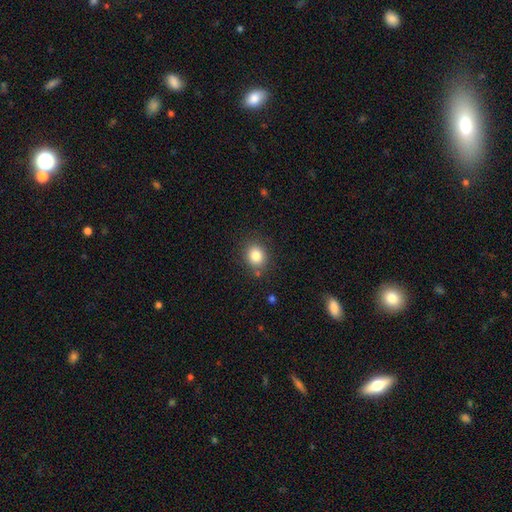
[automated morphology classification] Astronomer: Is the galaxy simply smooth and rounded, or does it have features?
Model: smooth — 83%.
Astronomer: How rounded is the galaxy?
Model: round — 73%.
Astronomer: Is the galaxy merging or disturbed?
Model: none — 83%.